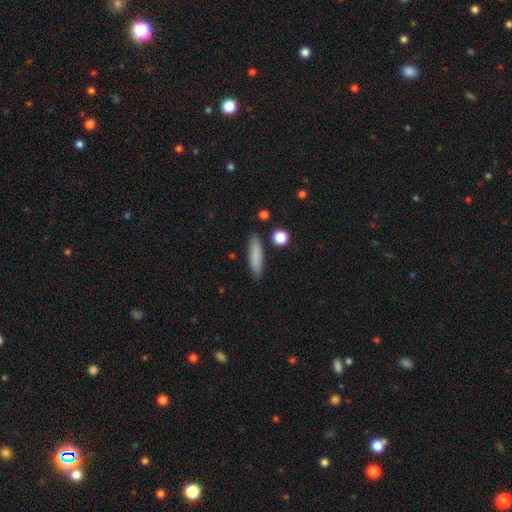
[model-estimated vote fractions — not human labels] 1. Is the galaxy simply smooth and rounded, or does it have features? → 84% smooth, 9% featured or disk, 7% star or artifact.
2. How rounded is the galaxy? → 70% cigar-shaped, 28% in between, 2% round.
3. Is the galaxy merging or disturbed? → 86% none, 9% minor disturbance, 2% merger, 2% major disturbance.